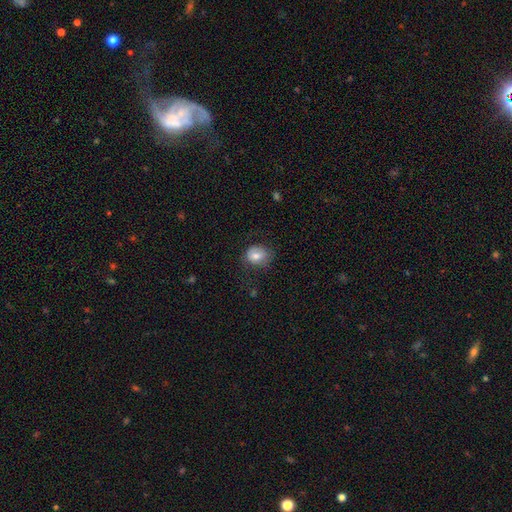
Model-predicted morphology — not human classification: Q: Smooth or featured?
A: smooth (77%); runner-up: featured or disk (15%)
Q: How rounded?
A: round (51%); runner-up: in between (49%)
Q: Merging?
A: none (66%); runner-up: minor disturbance (22%)